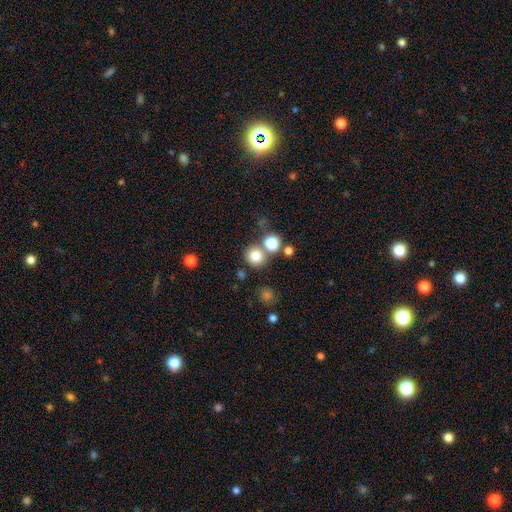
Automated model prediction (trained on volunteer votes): Morphology: type=smooth (79%); roundness=round (91%); merging=none (72%).